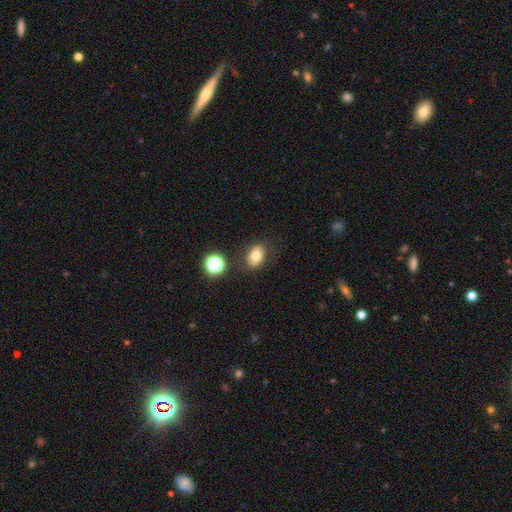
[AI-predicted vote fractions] Smooth or featured: smooth — 74% (featured or disk — 13%)
How rounded: in between — 78% (round — 20%)
Merging: none — 81% (minor disturbance — 12%)